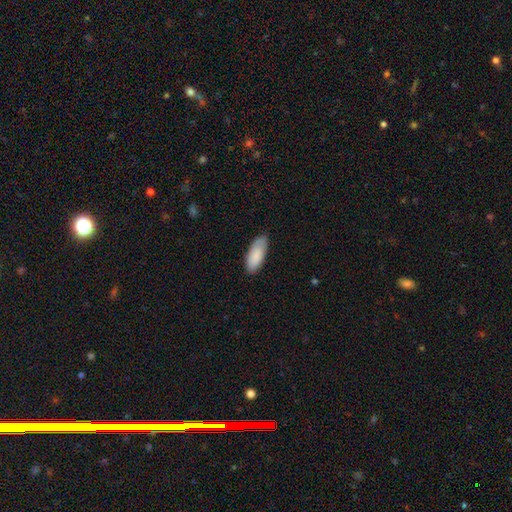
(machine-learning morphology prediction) A smooth galaxy with no disk features (85%) that is in between round and cigar-shaped (83%). Merging: none (78%).